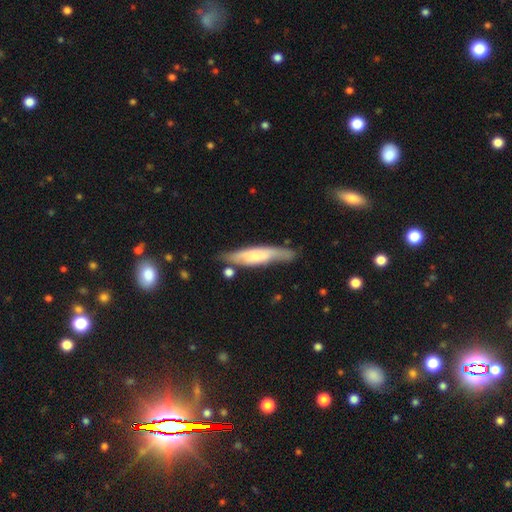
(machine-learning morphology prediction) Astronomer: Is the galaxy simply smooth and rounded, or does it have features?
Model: smooth — 49% (runner-up: featured or disk, 46%).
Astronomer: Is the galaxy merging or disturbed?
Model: none — 66%.